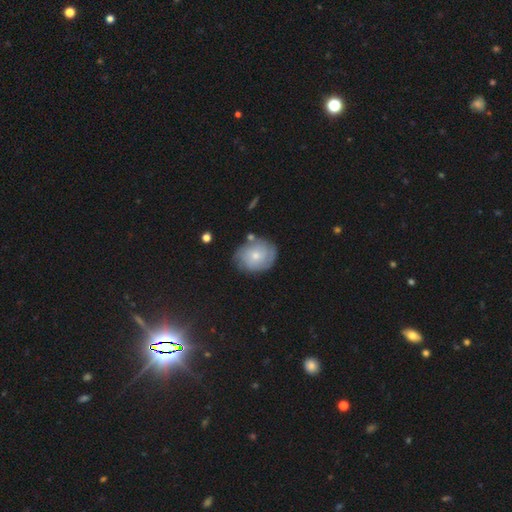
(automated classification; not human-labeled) smooth_or_featured: featured or disk (p=0.54) [alt: smooth p=0.39]
disk_edge_on: no (p=0.97) [alt: yes p=0.03]
bar: no (p=0.83) [alt: weak p=0.15]
has_spiral_arms: yes (p=0.79) [alt: no p=0.21]
bulge_size: small (p=0.57) [alt: moderate p=0.39]
merging: none (p=0.72) [alt: minor disturbance p=0.18]